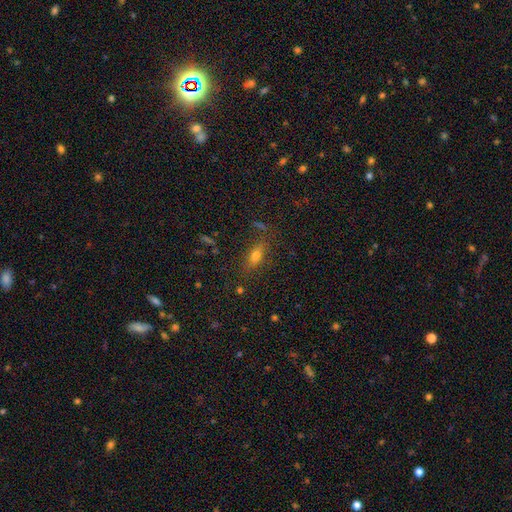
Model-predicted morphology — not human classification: Smooth or featured? Predicted: smooth (p=0.63). How rounded? Predicted: in between (p=0.68). Merging? Predicted: none (p=0.78).